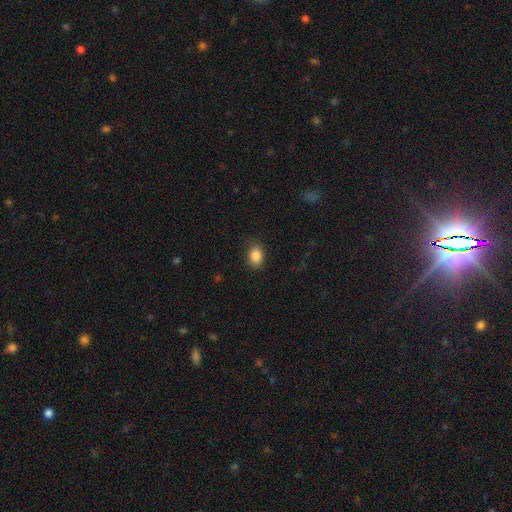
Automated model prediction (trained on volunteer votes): The model was most divided on "how rounded": in between: 69%, round: 30%, cigar-shaped: 1%. More confident: smooth or featured — smooth (87%); merging — none (84%).